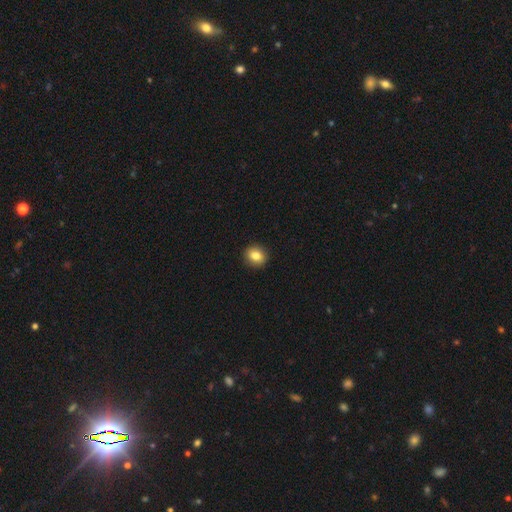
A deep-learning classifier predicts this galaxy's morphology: Q: Smooth or featured?
A: smooth (84%); runner-up: star or artifact (9%)
Q: How rounded?
A: round (71%); runner-up: in between (28%)
Q: Merging?
A: none (92%); runner-up: minor disturbance (6%)